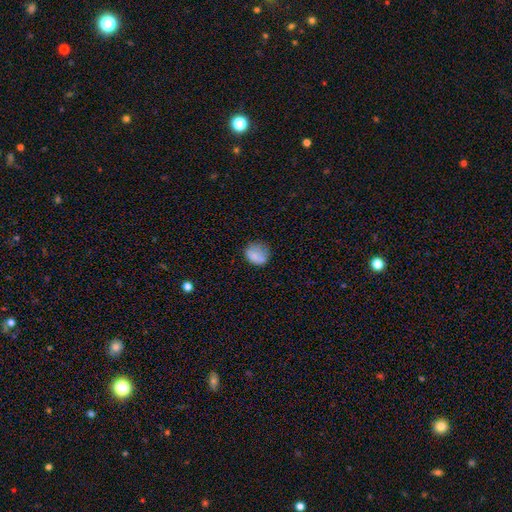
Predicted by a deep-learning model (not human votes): Smooth or featured?
  - smooth: 81% *
  - featured or disk: 10%
  - star or artifact: 10%
How rounded?
  - round: 67% *
  - in between: 32%
  - cigar-shaped: 1%
Merging?
  - none: 63% *
  - minor disturbance: 26%
  - major disturbance: 10%
  - merger: 2%